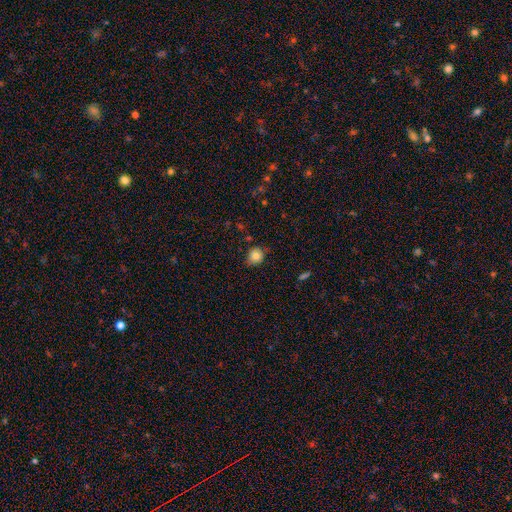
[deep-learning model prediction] smooth-or-featured: smooth: 80% | star or artifact: 10% | featured or disk: 9%
  how-rounded: round: 77% | in between: 22% | cigar-shaped: 1%
  merging: none: 77% | minor disturbance: 18% | major disturbance: 3% | merger: 2%